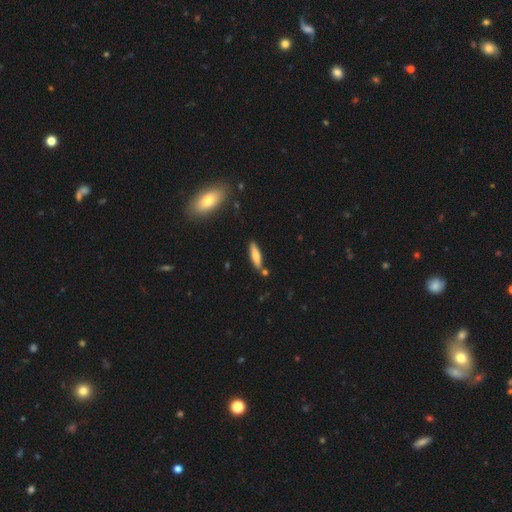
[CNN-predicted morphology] smooth 67%, featured or disk 27%, star or artifact 7%. Down the decision tree: how rounded — cigar-shaped (70%); merging — none (80%).